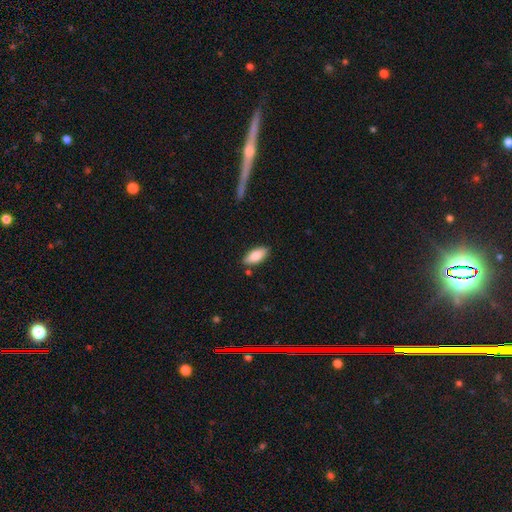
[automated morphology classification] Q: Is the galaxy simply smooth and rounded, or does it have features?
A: smooth — 82%.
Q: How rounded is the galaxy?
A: in between — 86%.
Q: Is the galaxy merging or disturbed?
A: none — 85%.